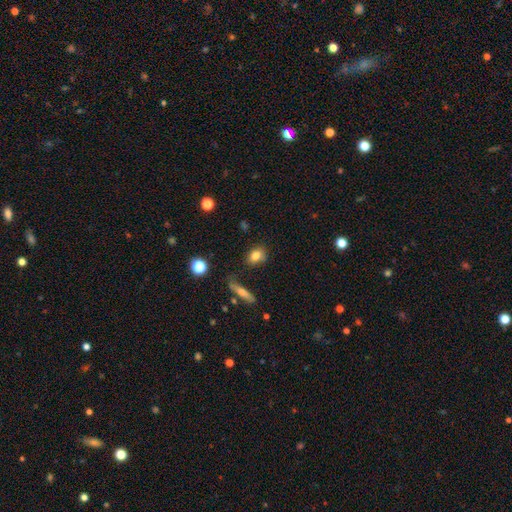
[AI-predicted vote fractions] smooth 79%, featured or disk 11%, star or artifact 10%. Down the decision tree: how rounded — in between (55%); merging — none (77%).